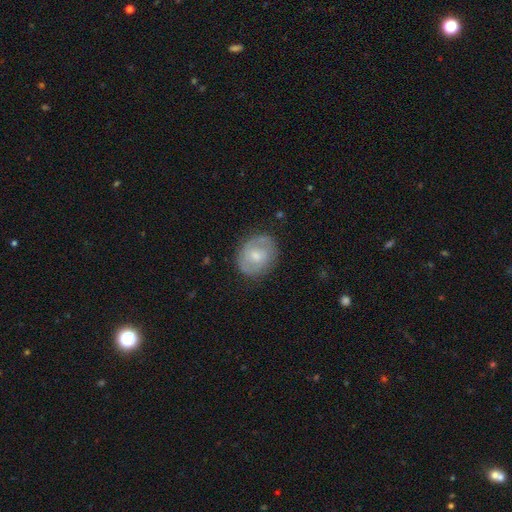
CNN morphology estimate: This appears to be a featured or disk galaxy (56%) with no bar (60%), spiral arms (68%) and a moderate central bulge (55%). Merging: none (76%).